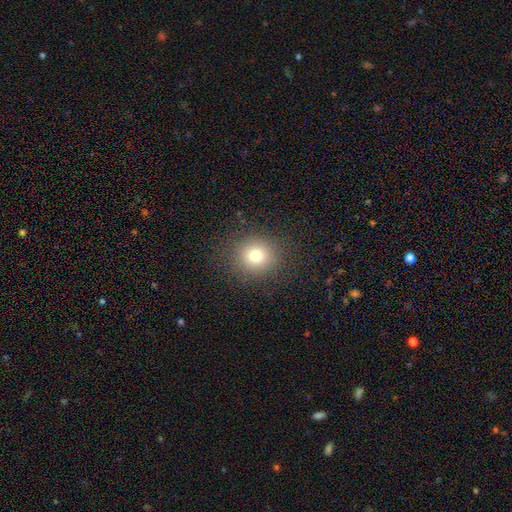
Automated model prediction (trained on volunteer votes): This is likely a smooth galaxy (77%). How rounded: clearly round (85%). Merging: clearly none (88%).